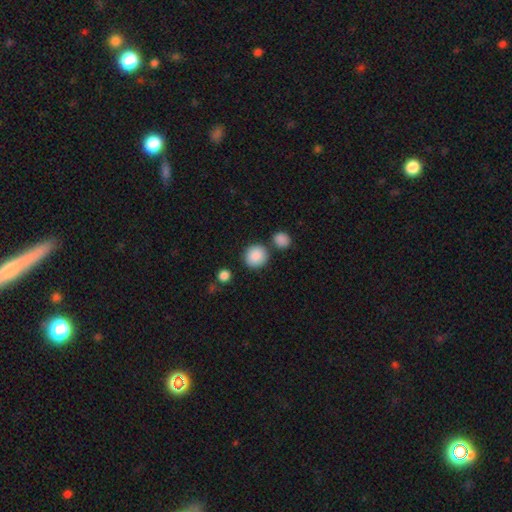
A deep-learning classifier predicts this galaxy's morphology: Smooth or featured? Predicted: smooth (p=0.88). How rounded? Predicted: round (p=0.89). Merging? Predicted: none (p=0.78).